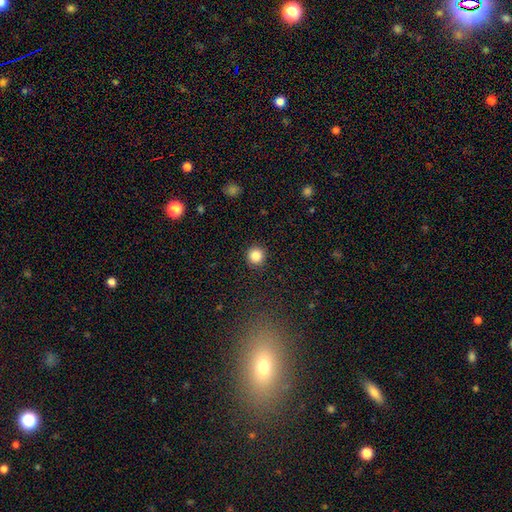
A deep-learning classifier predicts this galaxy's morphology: type=smooth (86%); roundness=round (95%); merging=none (92%).